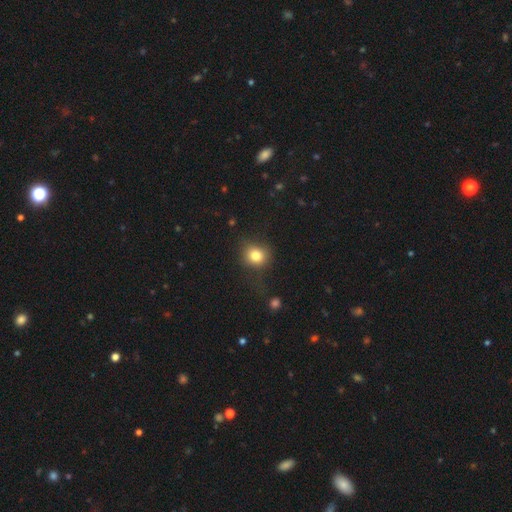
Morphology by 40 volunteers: smooth 80%, star or artifact 12%, featured or disk 8%. Down the decision tree: how rounded — round (81%); merging — none (57%).